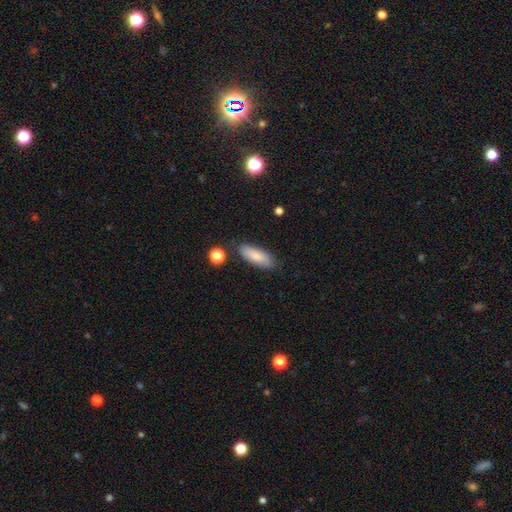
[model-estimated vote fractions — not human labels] Morphology: type=smooth (84%); roundness=in between (69%); merging=none (81%).